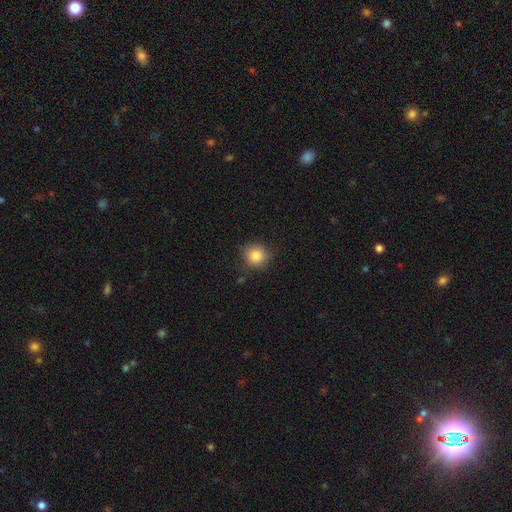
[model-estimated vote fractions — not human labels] Smooth or featured?
  - smooth: 83% *
  - star or artifact: 10%
  - featured or disk: 6%
How rounded?
  - round: 90% *
  - in between: 9%
  - cigar-shaped: 1%
Merging?
  - none: 83% *
  - minor disturbance: 13%
  - major disturbance: 3%
  - merger: 1%